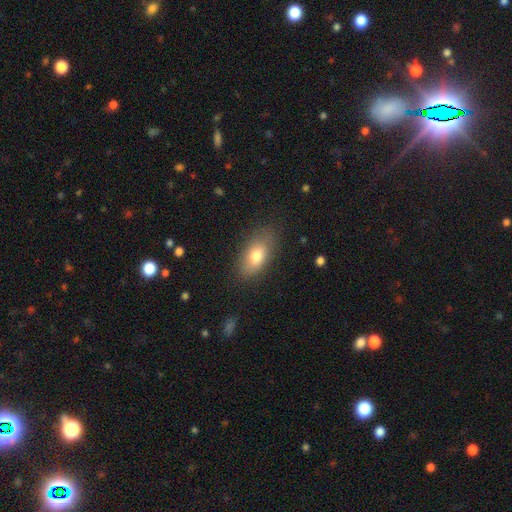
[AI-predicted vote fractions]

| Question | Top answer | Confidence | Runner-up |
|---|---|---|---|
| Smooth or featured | smooth | 77% | featured or disk (15%) |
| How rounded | in between | 89% | round (6%) |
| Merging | none | 78% | minor disturbance (16%) |